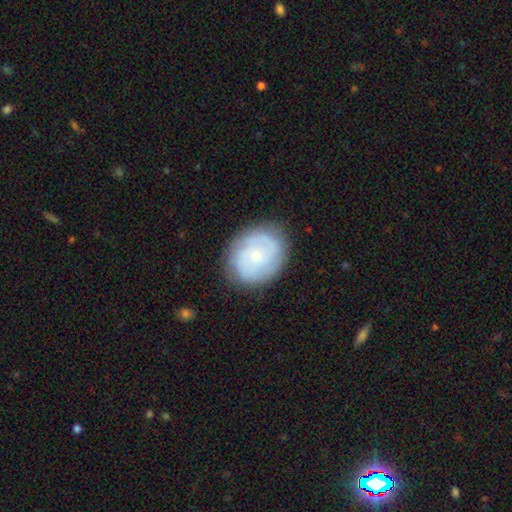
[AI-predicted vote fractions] Smooth or featured: featured or disk — 56% (smooth — 37%)
Edge-on disk: no — 97% (yes — 3%)
Bar: no — 76% (weak — 21%)
Spiral arms: yes — 81% (no — 19%)
Bulge size: small — 65% (moderate — 28%)
Merging: none — 79% (minor disturbance — 15%)